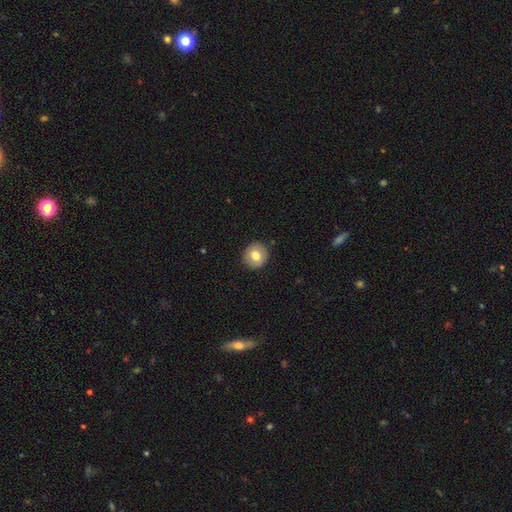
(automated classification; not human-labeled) Q: Smooth or featured?
A: smooth (76%); runner-up: featured or disk (17%)
Q: How rounded?
A: round (87%); runner-up: in between (12%)
Q: Merging?
A: none (90%); runner-up: minor disturbance (7%)